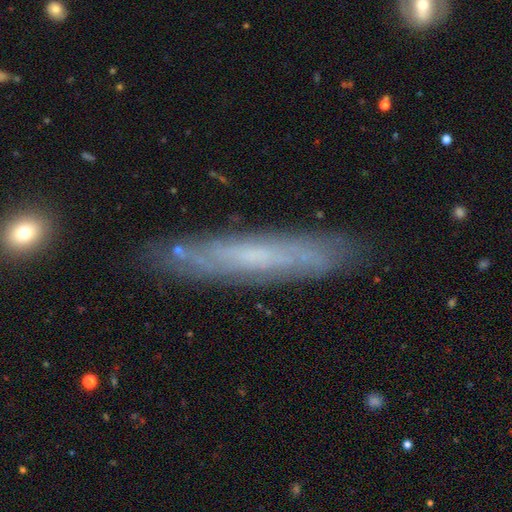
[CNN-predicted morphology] A featured or disk galaxy (57%) viewed edge-on (73%).

Vote fractions:
- Smooth or featured? featured or disk: 57% / smooth: 35% / star or artifact: 8%
- Edge-on disk? yes: 73% / no: 27%
- Merging? none: 83% / minor disturbance: 13% / major disturbance: 2% / merger: 2%